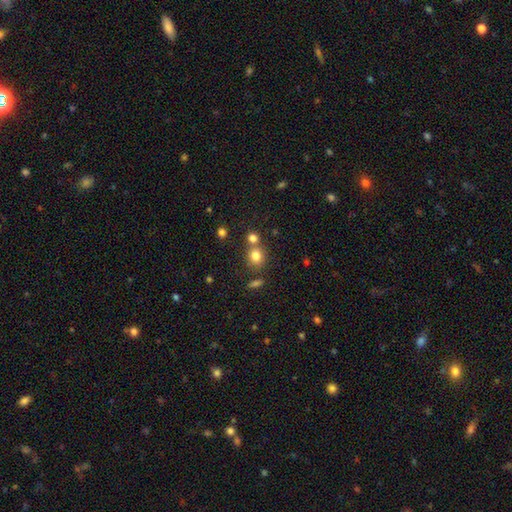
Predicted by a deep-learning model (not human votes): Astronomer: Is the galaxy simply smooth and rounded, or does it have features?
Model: smooth — 79%.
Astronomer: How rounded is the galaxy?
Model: round — 75%.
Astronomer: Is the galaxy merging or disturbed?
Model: none — 61%.